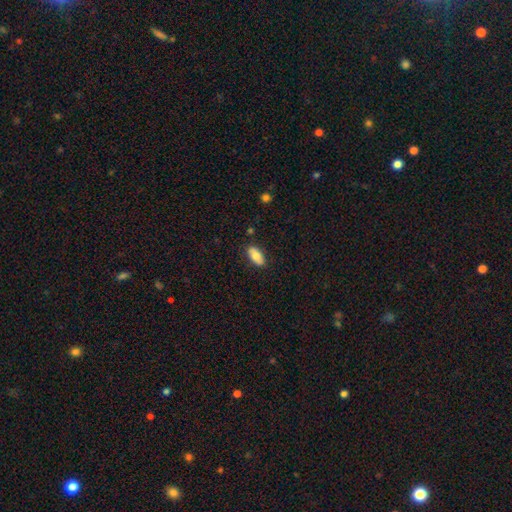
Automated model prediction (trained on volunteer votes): A smooth galaxy with no disk features (78%) that is in between round and cigar-shaped (90%). Merging: none (86%).